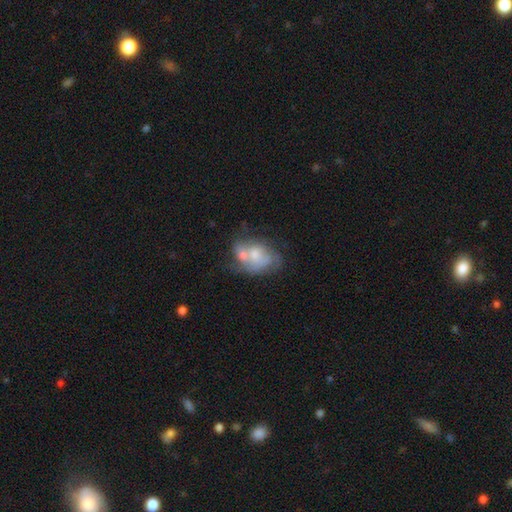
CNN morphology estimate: Smooth or featured? Predicted: smooth (p=0.49). Merging? Predicted: merger (p=0.53).